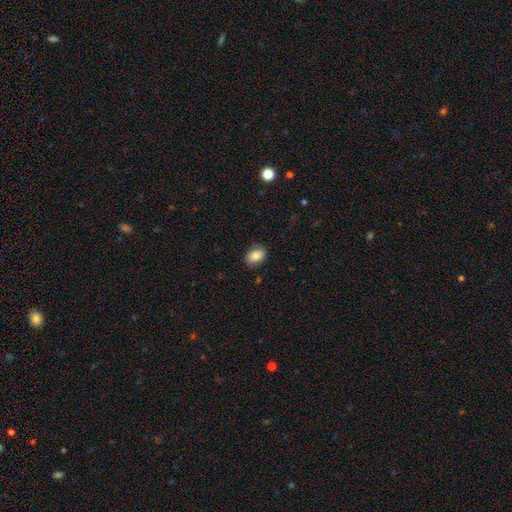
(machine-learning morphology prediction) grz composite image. It shows a smooth galaxy with no disk features (83%) that is in between round and cigar-shaped (84%). Merging: none (81%).